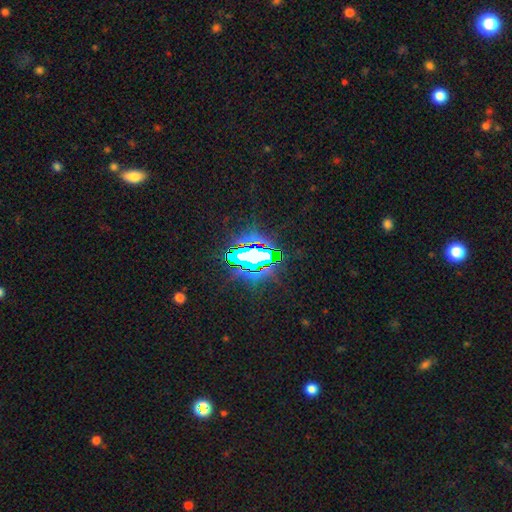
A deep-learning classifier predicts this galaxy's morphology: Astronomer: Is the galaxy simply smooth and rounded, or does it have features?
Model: star or artifact — 75%.